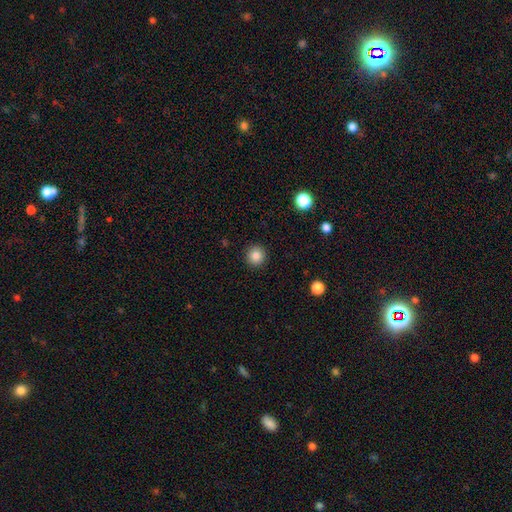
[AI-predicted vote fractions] Morphology: type=smooth (85%); roundness=round (95%); merging=none (93%).